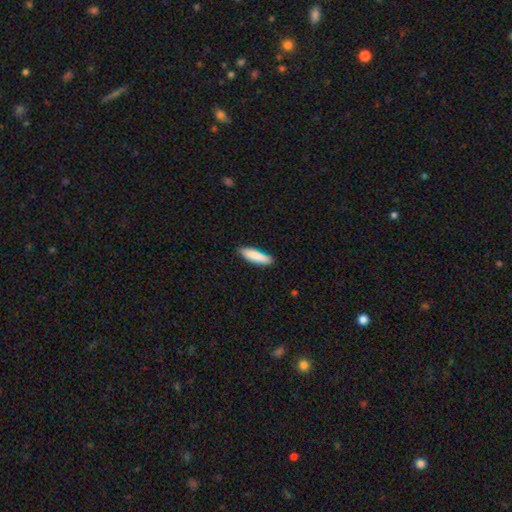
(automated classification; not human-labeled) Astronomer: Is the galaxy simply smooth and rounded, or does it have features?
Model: smooth — 86%.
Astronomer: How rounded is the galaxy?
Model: cigar-shaped — 65%.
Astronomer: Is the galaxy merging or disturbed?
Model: none — 84%.